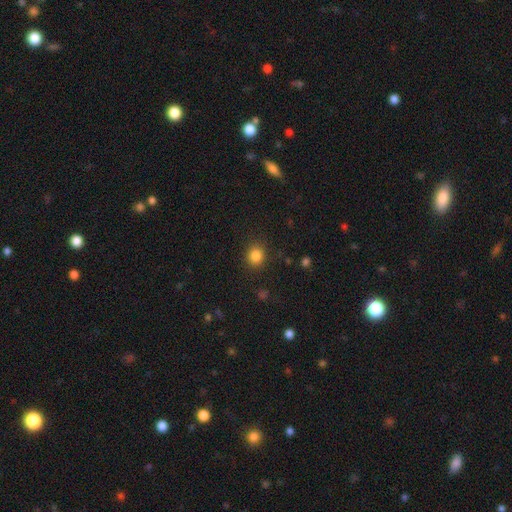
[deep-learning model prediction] Smooth or featured?
  - smooth: 84% *
  - star or artifact: 11%
  - featured or disk: 4%
How rounded?
  - round: 79% *
  - in between: 20%
  - cigar-shaped: 1%
Merging?
  - none: 88% *
  - minor disturbance: 8%
  - major disturbance: 3%
  - merger: 1%